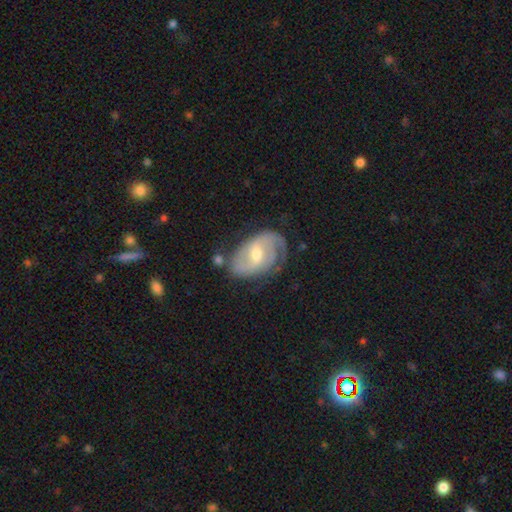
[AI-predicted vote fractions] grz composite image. It shows a featured or disk galaxy (80%) with a weak bar (51%), 2 (55%) tight (49%) spiral arms (93%) and a moderate central bulge (61%). Merging: none (68%).